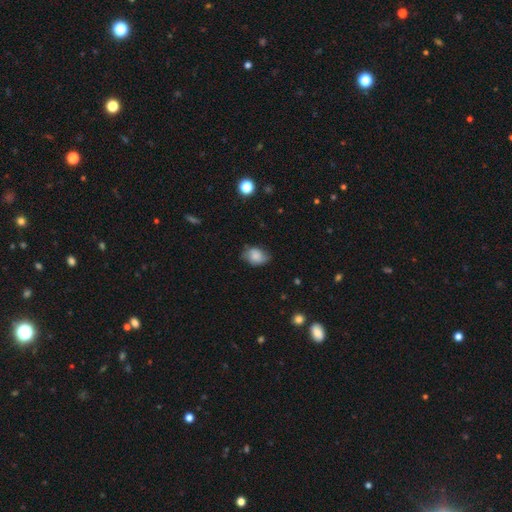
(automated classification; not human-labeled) Smooth or featured: smooth — 77% (featured or disk — 14%)
How rounded: in between — 72% (round — 27%)
Merging: none — 62% (minor disturbance — 30%)